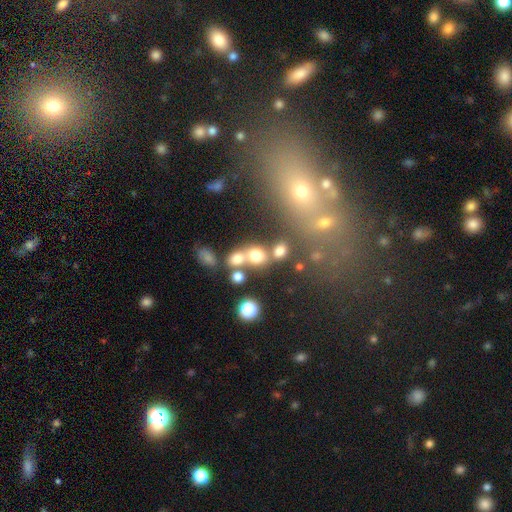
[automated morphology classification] smooth_or_featured: smooth (p=0.69) [alt: star or artifact p=0.17]
how_rounded: round (p=0.67) [alt: in between p=0.31]
merging: merger (p=0.46) [alt: none p=0.39]